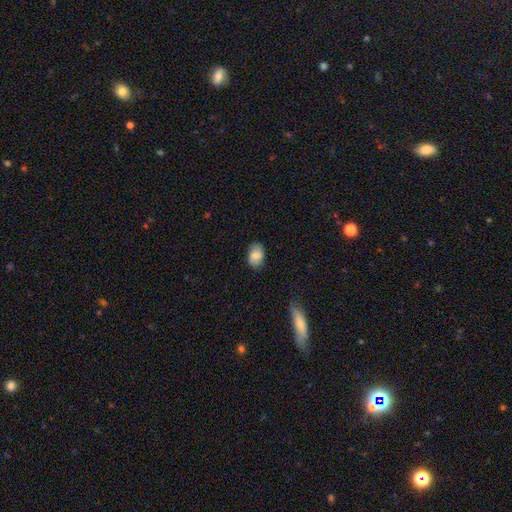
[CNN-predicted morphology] This appears to be a smooth galaxy with no disk features (81%) that is in between round and cigar-shaped (84%). Merging: none (79%).